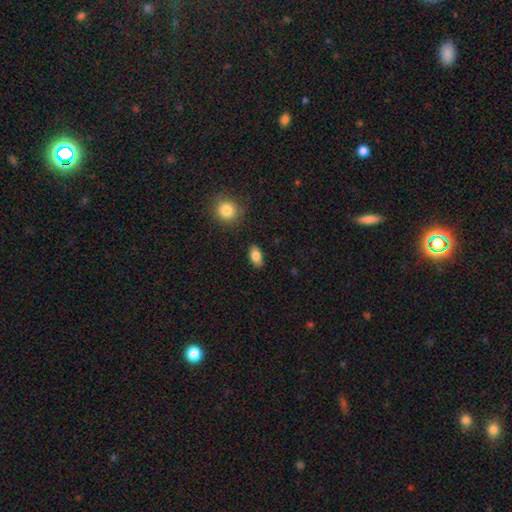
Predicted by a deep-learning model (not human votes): This is clearly a smooth galaxy (84%). How rounded: clearly in between (90%). Merging: clearly none (87%).